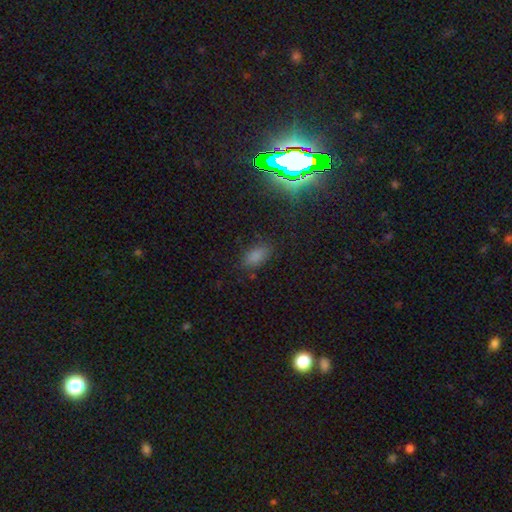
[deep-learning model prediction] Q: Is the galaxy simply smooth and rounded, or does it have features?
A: smooth — 77%.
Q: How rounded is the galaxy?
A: in between — 91%.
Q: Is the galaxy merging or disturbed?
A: none — 79%.